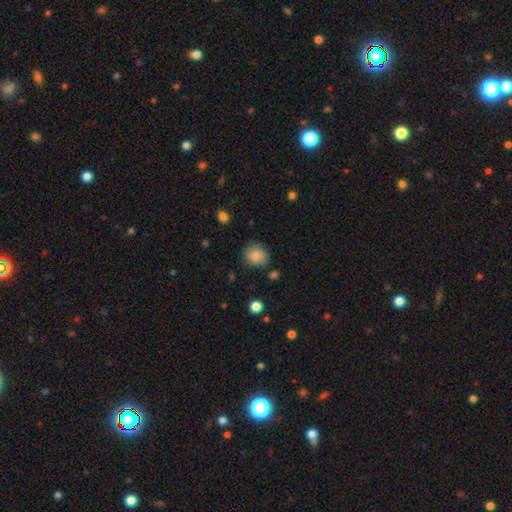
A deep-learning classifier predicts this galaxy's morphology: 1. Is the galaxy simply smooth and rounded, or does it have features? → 86% smooth, 8% star or artifact, 6% featured or disk.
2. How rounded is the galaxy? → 77% round, 22% in between, 1% cigar-shaped.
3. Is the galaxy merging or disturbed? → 78% none, 15% minor disturbance, 4% major disturbance, 3% merger.